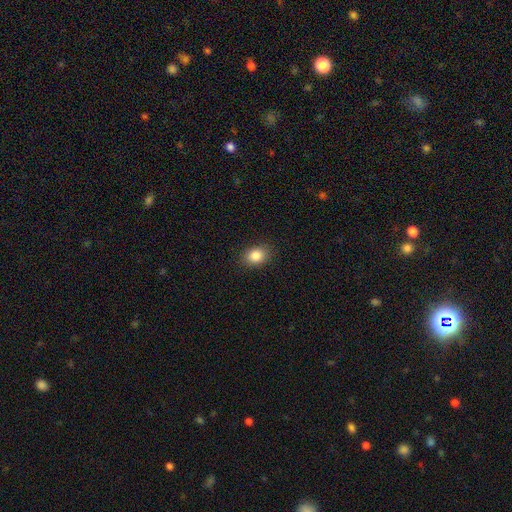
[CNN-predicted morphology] smooth 85%, star or artifact 9%, featured or disk 6%. Down the decision tree: how rounded — in between (70%); merging — none (88%).